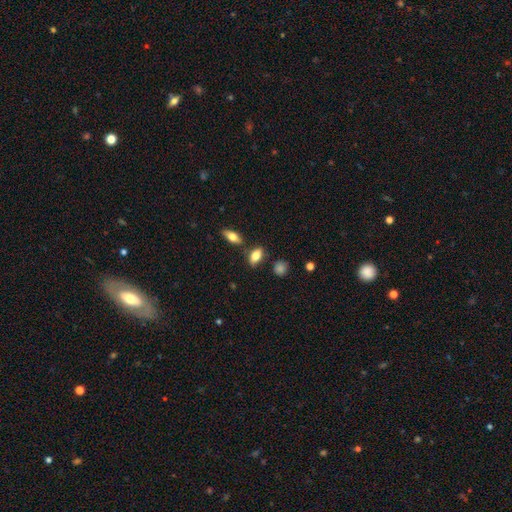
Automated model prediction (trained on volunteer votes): Q: Smooth or featured?
A: smooth (80%); runner-up: featured or disk (12%)
Q: How rounded?
A: in between (85%); runner-up: round (8%)
Q: Merging?
A: none (75%); runner-up: minor disturbance (14%)